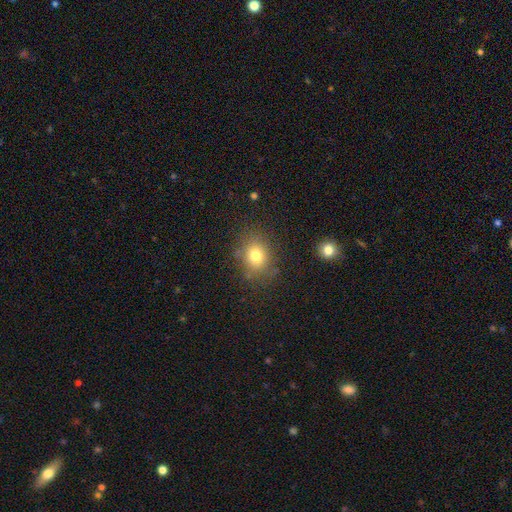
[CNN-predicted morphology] smooth 76%, star or artifact 14%, featured or disk 10%. Down the decision tree: how rounded — round (62%); merging — none (79%).